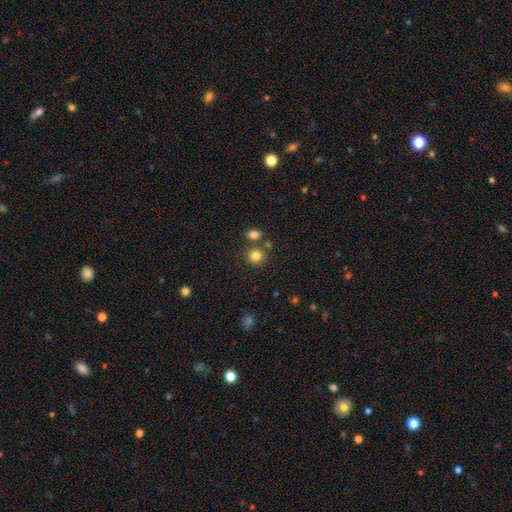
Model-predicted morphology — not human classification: Smooth or featured?
  - smooth: 82% *
  - star or artifact: 12%
  - featured or disk: 6%
How rounded?
  - round: 89% *
  - in between: 11%
  - cigar-shaped: 1%
Merging?
  - none: 74% *
  - merger: 15%
  - minor disturbance: 8%
  - major disturbance: 3%